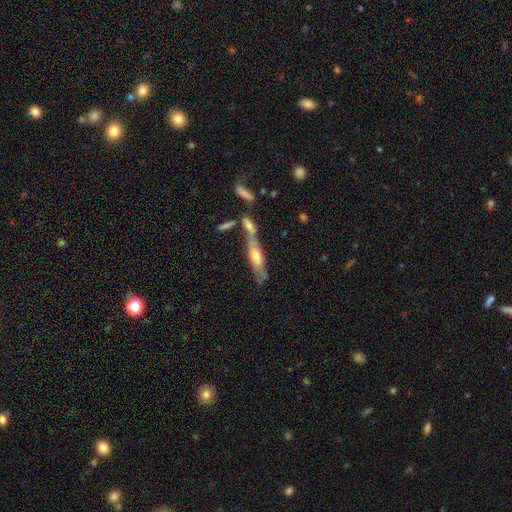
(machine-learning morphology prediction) featured or disk 52%, smooth 42%, star or artifact 7%. Down the decision tree: edge-on disk — yes (63%); merging — merger (40%).